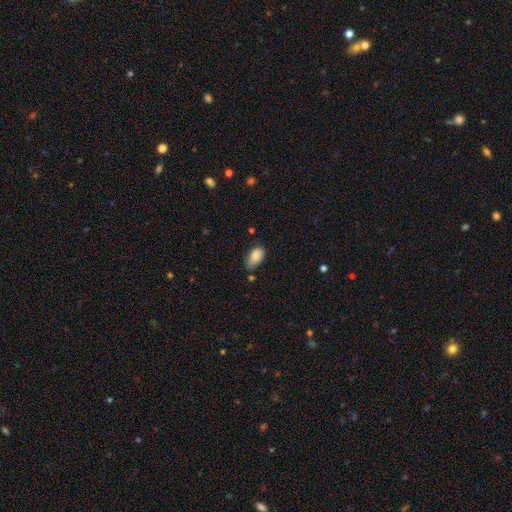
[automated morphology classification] Smooth or featured?
  - smooth: 83% *
  - featured or disk: 9%
  - star or artifact: 8%
How rounded?
  - in between: 93% *
  - round: 5%
  - cigar-shaped: 2%
Merging?
  - none: 51% *
  - minor disturbance: 37%
  - major disturbance: 7%
  - merger: 5%